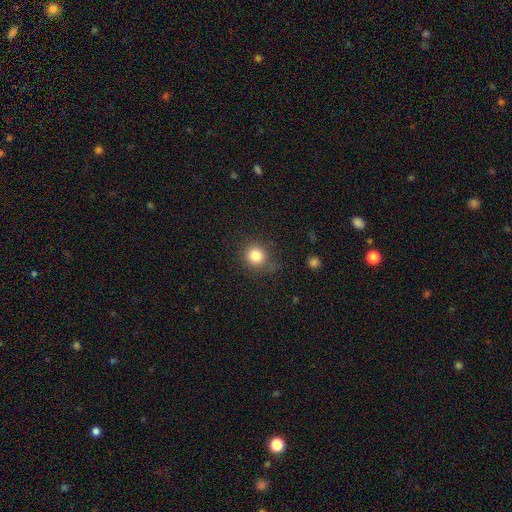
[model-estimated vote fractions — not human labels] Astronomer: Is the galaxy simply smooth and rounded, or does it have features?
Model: smooth — 83%.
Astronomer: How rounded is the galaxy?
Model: round — 88%.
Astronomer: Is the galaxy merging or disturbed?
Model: none — 78%.